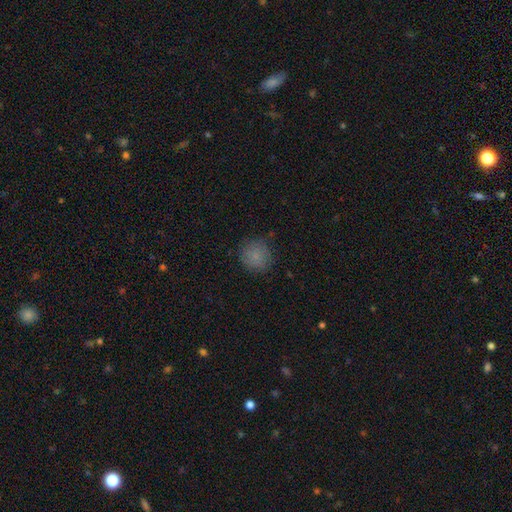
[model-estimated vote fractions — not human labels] The model was most divided on "merging": none: 83%, minor disturbance: 13%, major disturbance: 4%, merger: 1%. More confident: how rounded — round (91%); smooth or featured — smooth (83%).